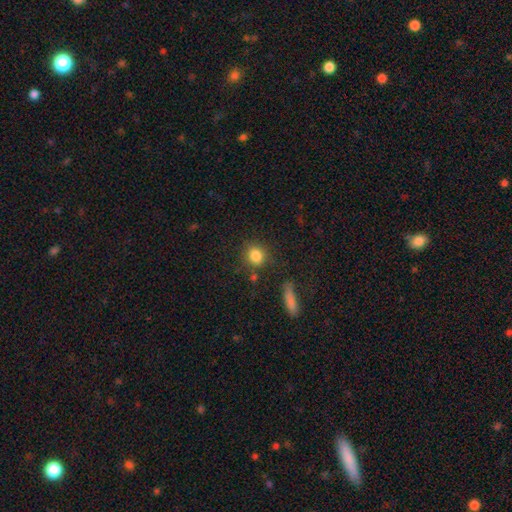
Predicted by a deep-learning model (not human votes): Smooth or featured? smooth (85%)
How rounded? round (78%)
Merging? none (79%)